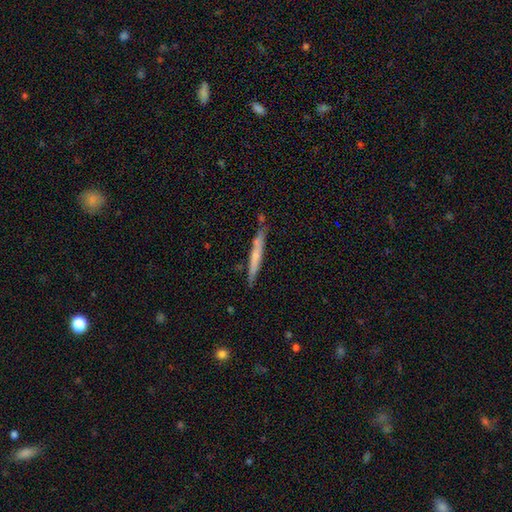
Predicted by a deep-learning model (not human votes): Overall: smooth (49%; featured or disk 44%). Merging: none (80%).